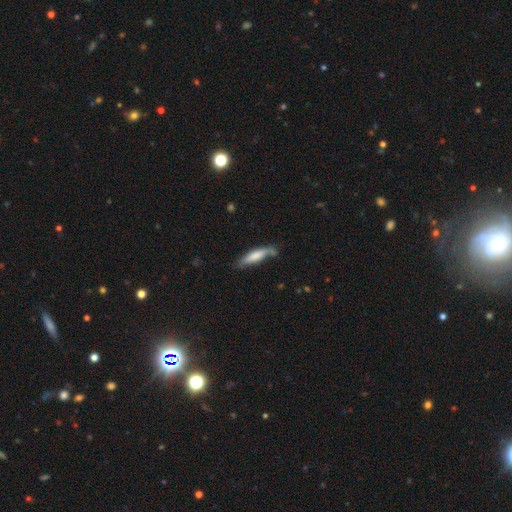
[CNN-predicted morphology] Q: Smooth or featured?
A: smooth (71%); runner-up: featured or disk (23%)
Q: How rounded?
A: cigar-shaped (76%); runner-up: in between (22%)
Q: Merging?
A: none (61%); runner-up: minor disturbance (25%)